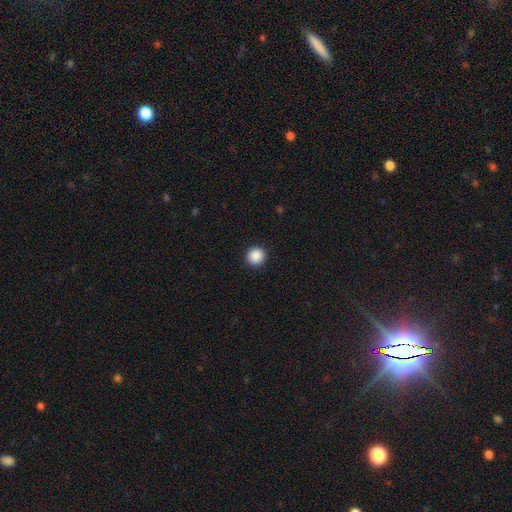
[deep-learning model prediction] Smooth or featured? Predicted: smooth (p=0.89). How rounded? Predicted: round (p=0.95). Merging? Predicted: none (p=0.93).